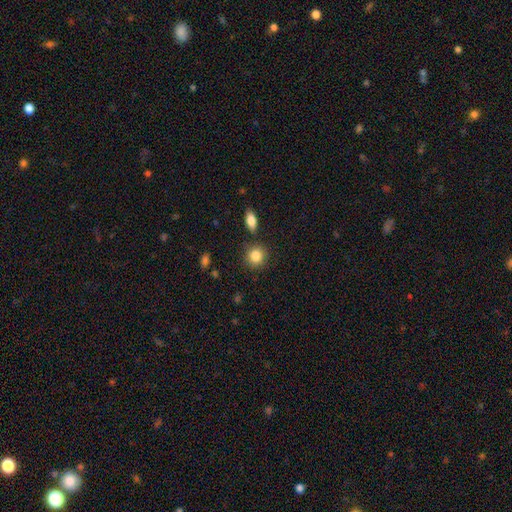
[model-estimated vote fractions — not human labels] A smooth galaxy with no disk features (86%) that is round (83%). Merging: none (83%).